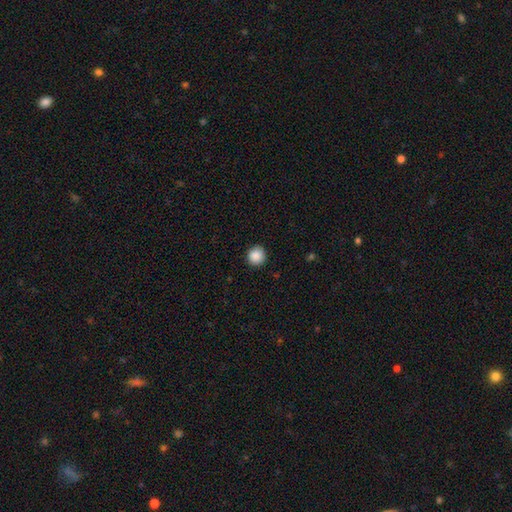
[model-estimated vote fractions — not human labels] Smooth or featured?
  - smooth: 89% *
  - star or artifact: 9%
  - featured or disk: 3%
How rounded?
  - round: 93% *
  - in between: 6%
  - cigar-shaped: 1%
Merging?
  - none: 90% *
  - minor disturbance: 7%
  - major disturbance: 2%
  - merger: 1%